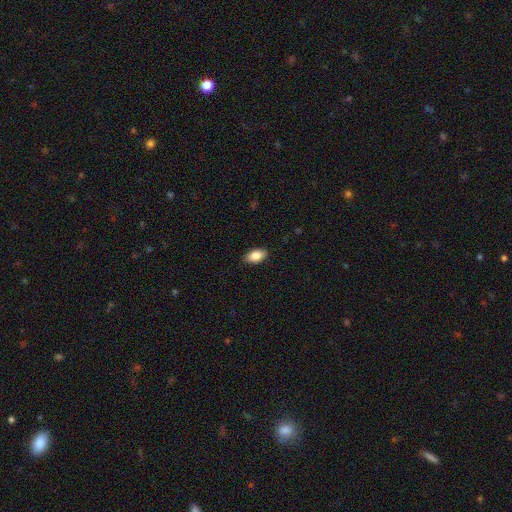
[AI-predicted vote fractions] This appears to be a smooth galaxy with no disk features (87%) that is in between round and cigar-shaped (92%). Merging: none (88%).